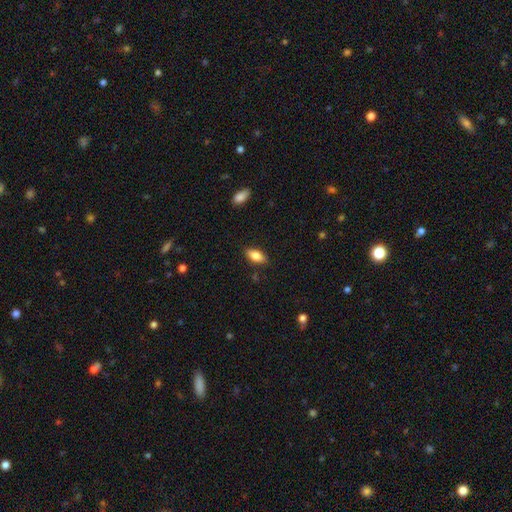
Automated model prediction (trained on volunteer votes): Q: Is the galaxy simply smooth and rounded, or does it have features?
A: smooth — 79%.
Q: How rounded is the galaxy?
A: in between — 85%.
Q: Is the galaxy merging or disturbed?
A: none — 86%.